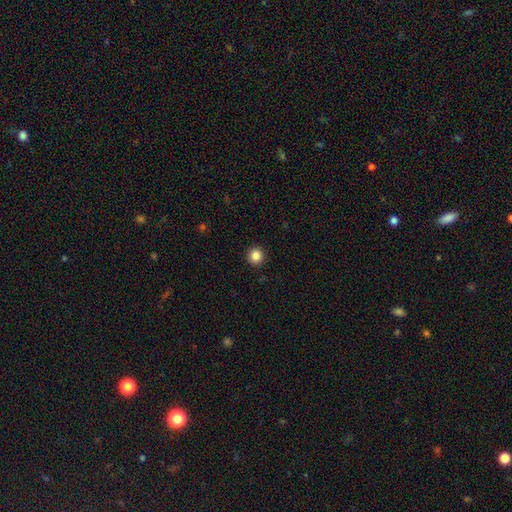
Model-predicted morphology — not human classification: smooth-or-featured: smooth: 85% | star or artifact: 11% | featured or disk: 4%
  how-rounded: round: 94% | in between: 5% | cigar-shaped: 1%
  merging: none: 93% | minor disturbance: 5% | major disturbance: 2% | merger: 1%